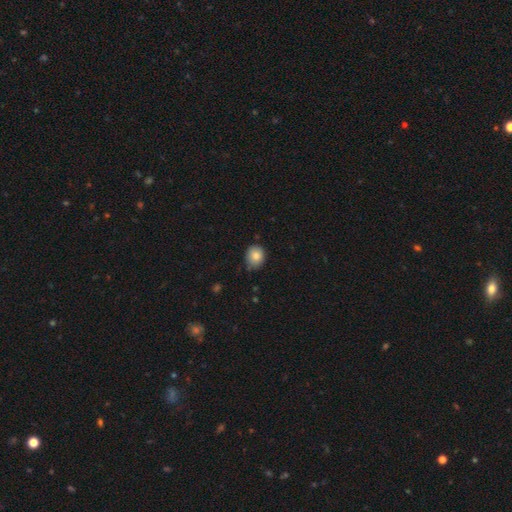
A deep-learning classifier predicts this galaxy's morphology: The model was most divided on "how rounded": round: 69%, in between: 30%, cigar-shaped: 1%. More confident: smooth or featured — smooth (84%); merging — none (73%).